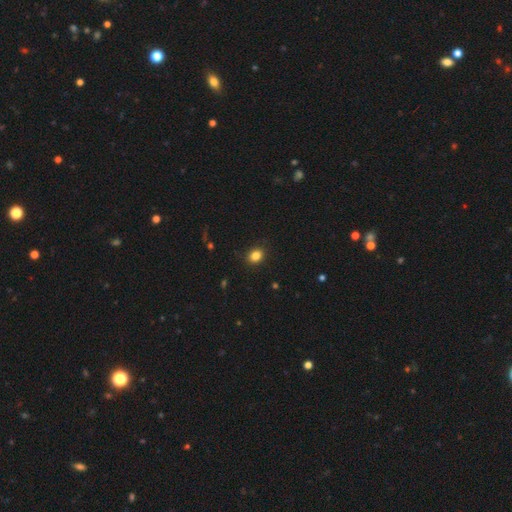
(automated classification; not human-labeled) The model was most divided on "how rounded": round: 55%, in between: 44%, cigar-shaped: 1%. More confident: merging — none (88%); smooth or featured — smooth (85%).